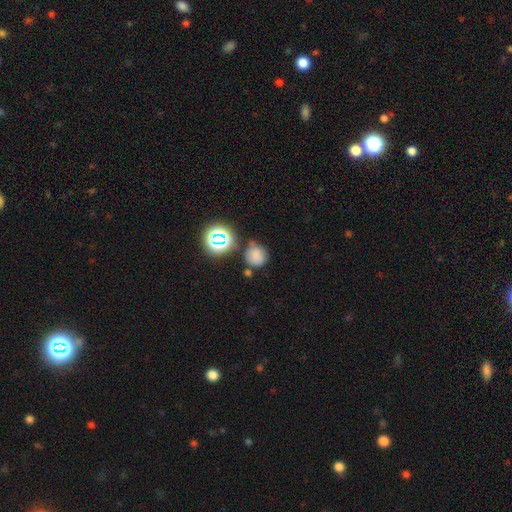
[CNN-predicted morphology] smooth 73%, star or artifact 19%, featured or disk 8%. Down the decision tree: how rounded — round (87%); merging — none (64%).